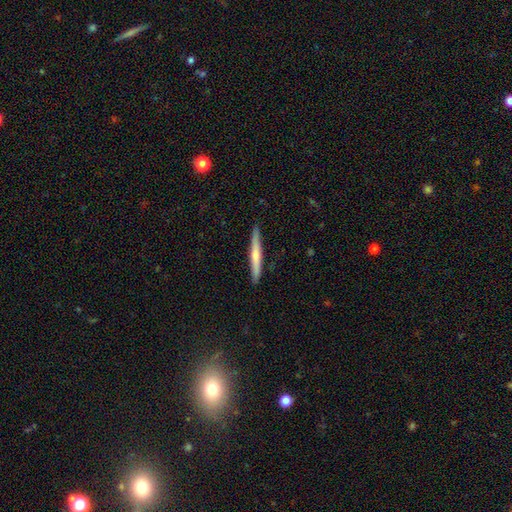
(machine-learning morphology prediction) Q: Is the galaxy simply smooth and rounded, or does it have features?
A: smooth — 52%.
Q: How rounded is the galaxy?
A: cigar-shaped — 96%.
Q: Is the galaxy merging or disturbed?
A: none — 89%.